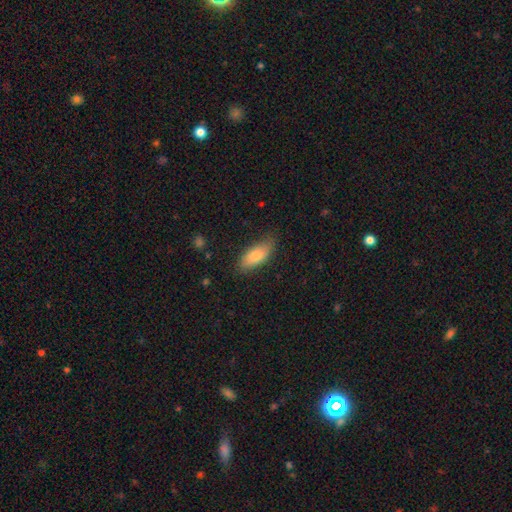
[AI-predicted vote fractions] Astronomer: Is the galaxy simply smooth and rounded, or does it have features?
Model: smooth — 83%.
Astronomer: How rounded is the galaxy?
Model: in between — 81%.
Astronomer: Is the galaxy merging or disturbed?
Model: none — 75%.